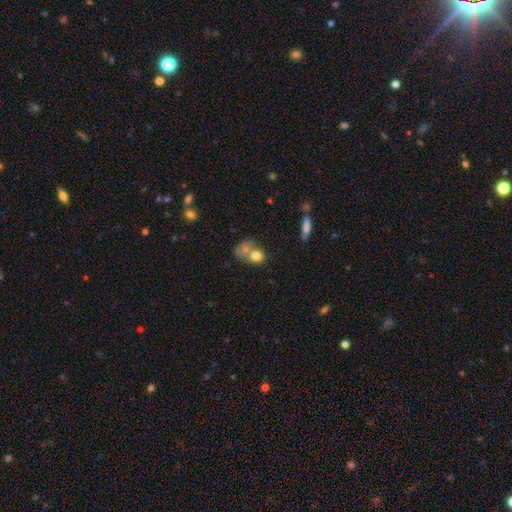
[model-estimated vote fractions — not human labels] The model was most divided on "how rounded": round: 61%, in between: 38%, cigar-shaped: 2%. More confident: smooth or featured — smooth (73%); merging — merger (61%).